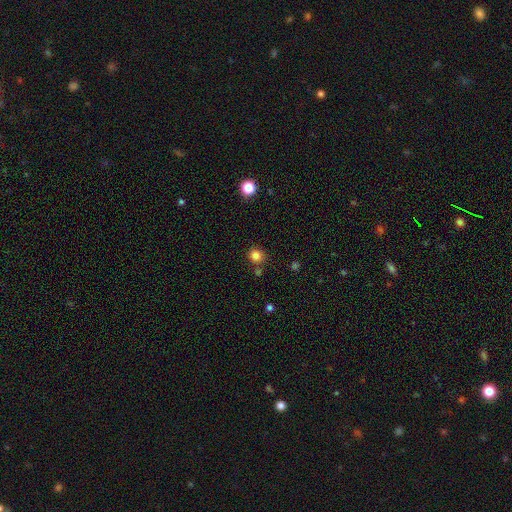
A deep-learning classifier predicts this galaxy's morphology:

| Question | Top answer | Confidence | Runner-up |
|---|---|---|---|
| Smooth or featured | smooth | 82% | star or artifact (13%) |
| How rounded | round | 88% | in between (11%) |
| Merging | none | 78% | minor disturbance (10%) |